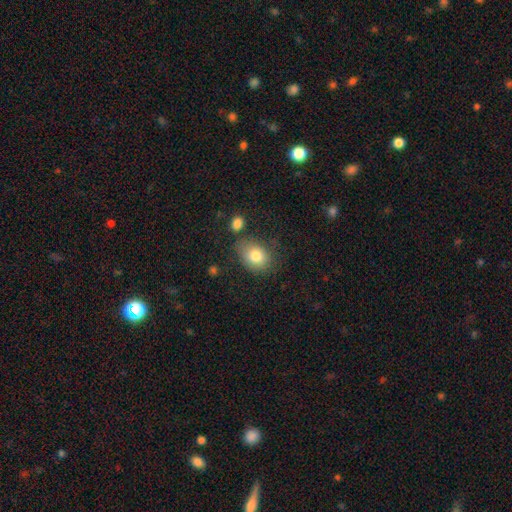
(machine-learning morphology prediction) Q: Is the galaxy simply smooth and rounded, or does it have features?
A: smooth — 80%.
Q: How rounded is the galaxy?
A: in between — 64%.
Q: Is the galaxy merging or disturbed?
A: none — 69%.